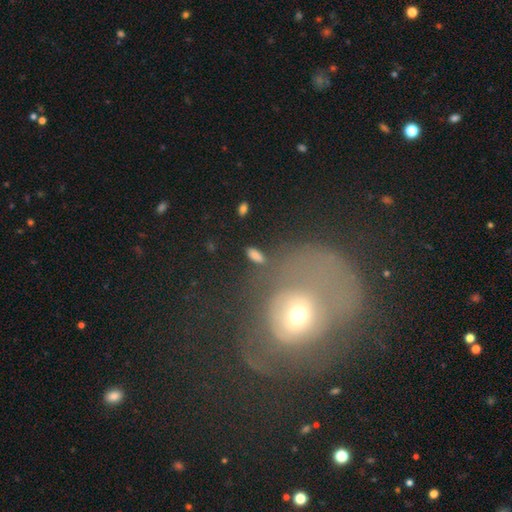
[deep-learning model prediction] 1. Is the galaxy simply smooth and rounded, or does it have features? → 68% smooth, 17% featured or disk, 15% star or artifact.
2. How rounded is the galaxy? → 76% in between, 16% round, 9% cigar-shaped.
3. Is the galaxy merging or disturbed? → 70% none, 12% minor disturbance, 10% merger, 8% major disturbance.